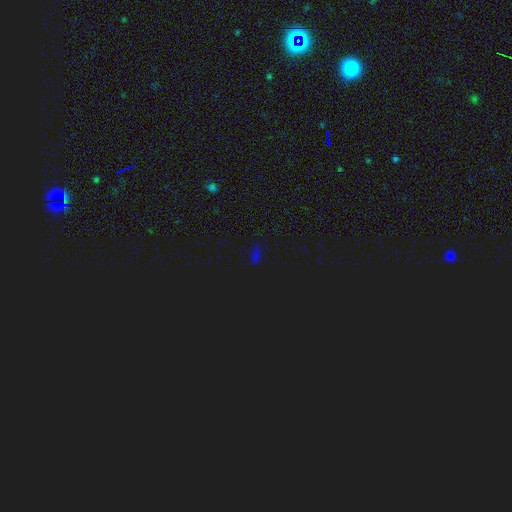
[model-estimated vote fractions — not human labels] Morphology: type=star or artifact (61%).